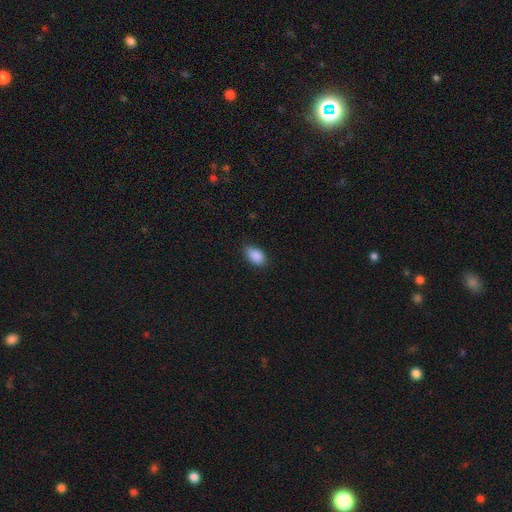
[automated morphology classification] smooth 89%, star or artifact 8%, featured or disk 3%. Down the decision tree: how rounded — in between (90%); merging — none (82%).